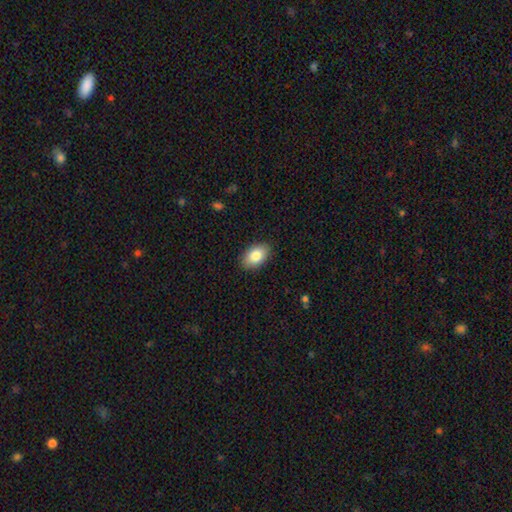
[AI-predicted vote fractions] Smooth or featured: smooth — 83% (featured or disk — 10%)
How rounded: in between — 91% (round — 8%)
Merging: none — 88% (minor disturbance — 9%)